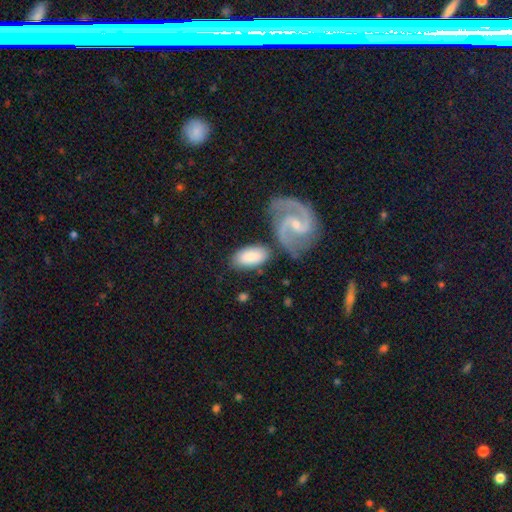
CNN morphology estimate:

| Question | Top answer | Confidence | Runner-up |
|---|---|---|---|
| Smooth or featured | smooth | 75% | featured or disk (20%) |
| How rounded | in between | 93% | cigar-shaped (4%) |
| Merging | none | 63% | minor disturbance (17%) |